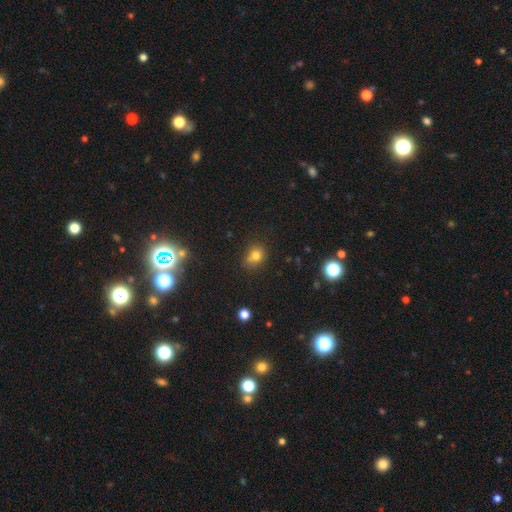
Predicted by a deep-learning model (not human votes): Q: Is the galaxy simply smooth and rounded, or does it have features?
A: smooth — 74%.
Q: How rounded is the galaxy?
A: round — 61%.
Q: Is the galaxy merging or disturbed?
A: none — 57%.